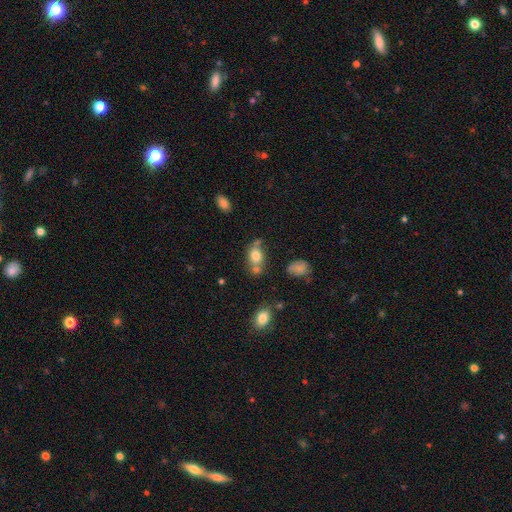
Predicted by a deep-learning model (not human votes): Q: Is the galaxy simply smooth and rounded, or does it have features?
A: smooth — 74%.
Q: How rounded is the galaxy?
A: in between — 63%.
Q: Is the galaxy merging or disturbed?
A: none — 45%.